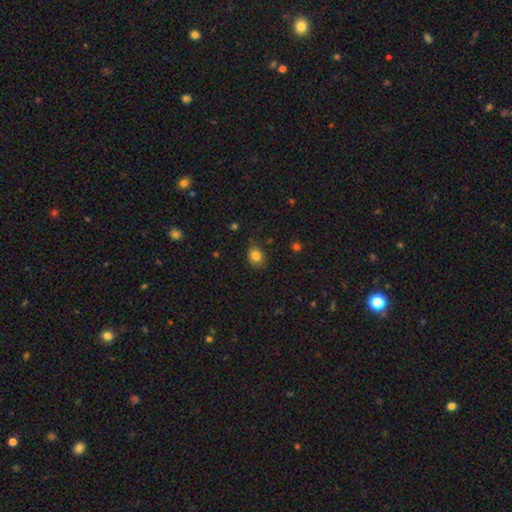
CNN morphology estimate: Smooth or featured?
  - smooth: 84% *
  - star or artifact: 11%
  - featured or disk: 6%
How rounded?
  - round: 59% *
  - in between: 40%
  - cigar-shaped: 1%
Merging?
  - none: 78% *
  - minor disturbance: 17%
  - major disturbance: 3%
  - merger: 2%